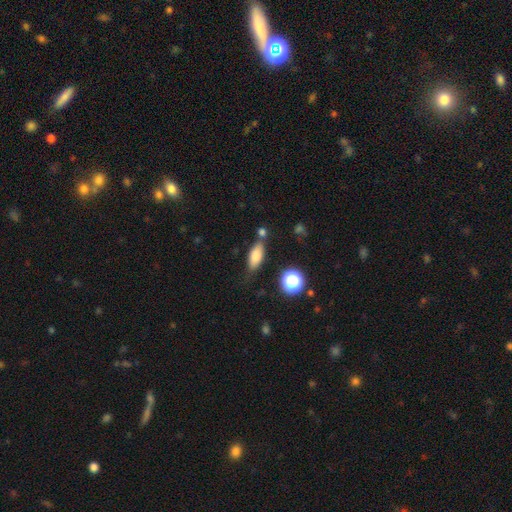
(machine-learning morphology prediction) Smooth or featured? smooth (76%)
How rounded? in between (77%)
Merging? none (68%)